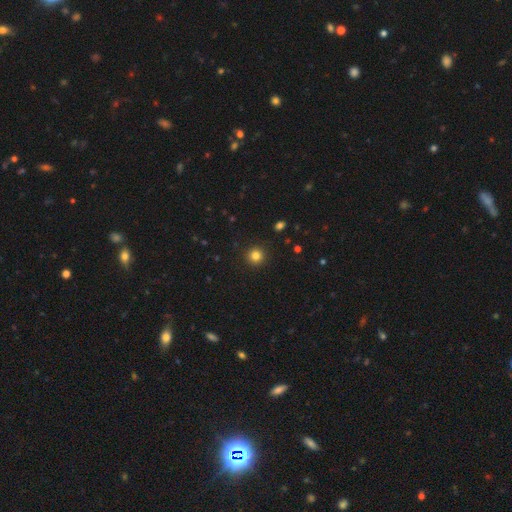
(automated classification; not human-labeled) A smooth galaxy with no disk features (82%) that is round (95%). Merging: none (93%).